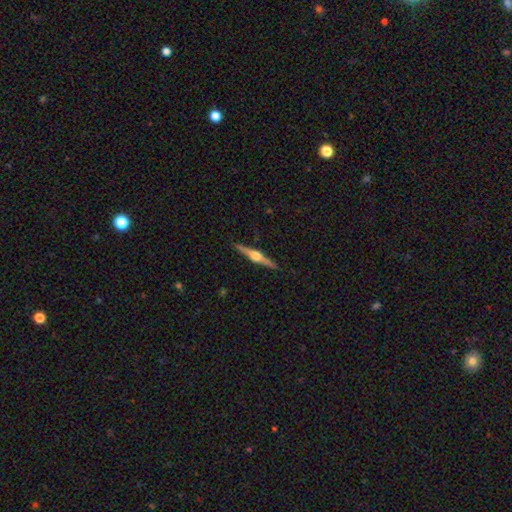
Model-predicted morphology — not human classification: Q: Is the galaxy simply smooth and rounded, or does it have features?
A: featured or disk — 82%.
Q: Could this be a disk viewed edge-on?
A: yes — 98%.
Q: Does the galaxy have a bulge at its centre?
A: rounded — 95%.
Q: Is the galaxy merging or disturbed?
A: none — 91%.